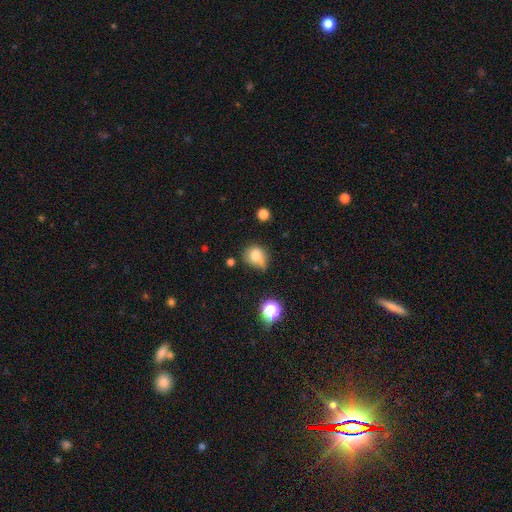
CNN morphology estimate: The model was most divided on "merging": none: 41%, minor disturbance: 35%, major disturbance: 15%, merger: 9%. More confident: smooth or featured — smooth (76%); how rounded — round (69%).